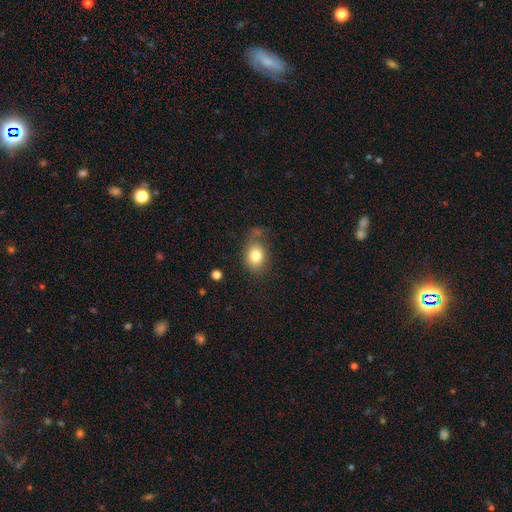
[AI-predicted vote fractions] Smooth or featured? Predicted: smooth (p=0.80). How rounded? Predicted: in between (p=0.61). Merging? Predicted: none (p=0.62).